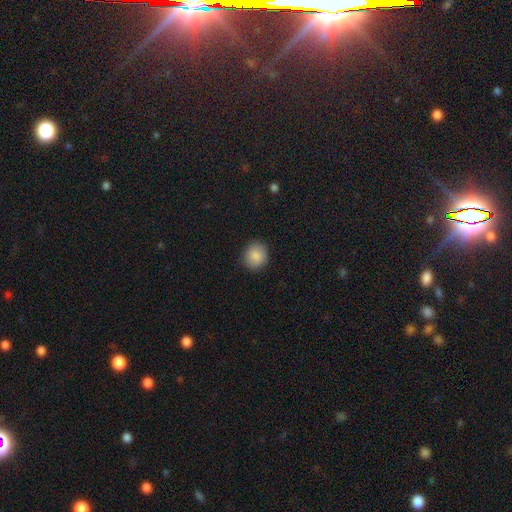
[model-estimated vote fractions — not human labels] A smooth galaxy with no disk features (88%) that is round (80%).

Vote fractions:
- Smooth or featured? smooth: 88% / star or artifact: 8% / featured or disk: 4%
- How rounded? round: 80% / in between: 19% / cigar-shaped: 1%
- Merging? none: 89% / minor disturbance: 8% / major disturbance: 2% / merger: 1%